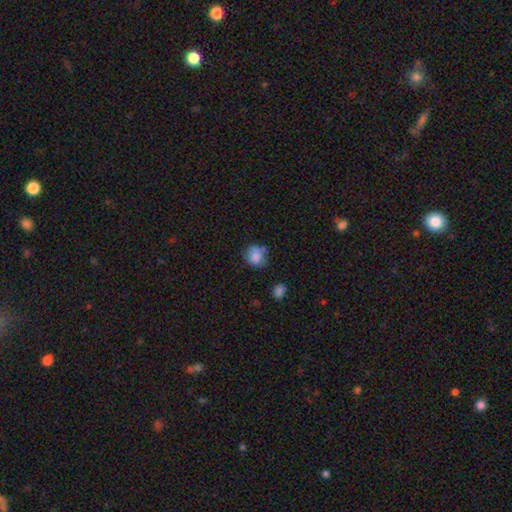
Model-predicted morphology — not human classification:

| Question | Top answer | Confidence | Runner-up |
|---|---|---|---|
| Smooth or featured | smooth | 81% | star or artifact (10%) |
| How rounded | round | 69% | in between (30%) |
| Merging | none | 60% | minor disturbance (24%) |